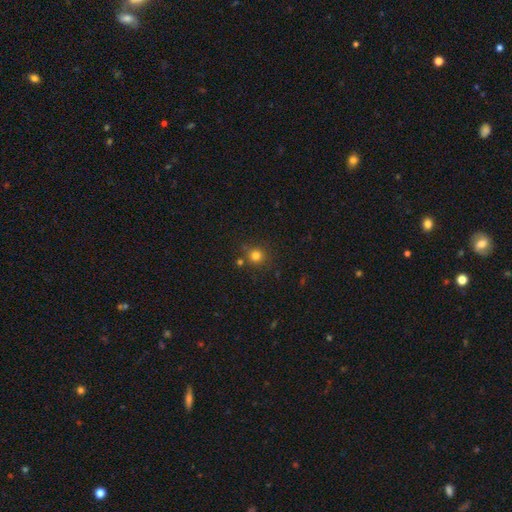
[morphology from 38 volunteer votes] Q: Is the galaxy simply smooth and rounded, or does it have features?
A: smooth — 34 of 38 (89%).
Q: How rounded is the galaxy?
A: round — 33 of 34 (97%).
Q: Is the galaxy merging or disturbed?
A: none — 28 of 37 (76%).